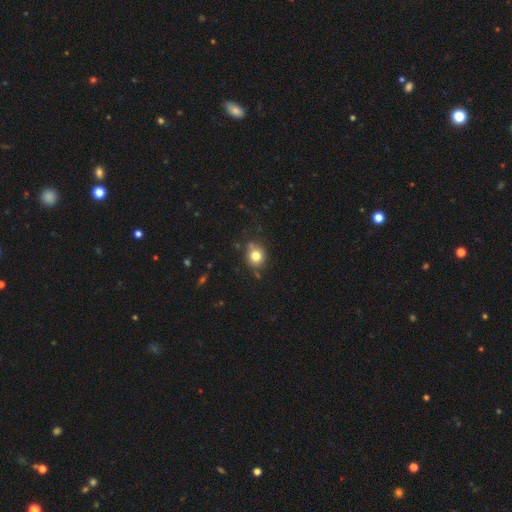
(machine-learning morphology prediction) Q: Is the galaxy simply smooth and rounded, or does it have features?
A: smooth — 78%.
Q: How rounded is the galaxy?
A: round — 74%.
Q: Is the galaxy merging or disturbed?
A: none — 74%.